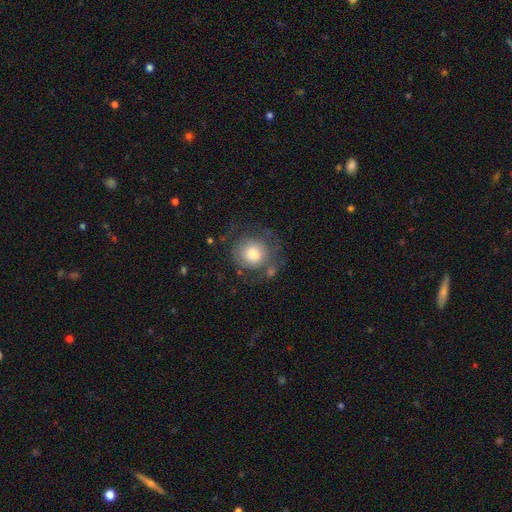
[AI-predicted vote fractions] A smooth galaxy with no disk features (61%) that is round (85%).

Vote fractions:
- Smooth or featured? smooth: 61% / featured or disk: 29% / star or artifact: 10%
- How rounded? round: 85% / in between: 14% / cigar-shaped: 1%
- Merging? none: 59% / minor disturbance: 20% / major disturbance: 15% / merger: 6%